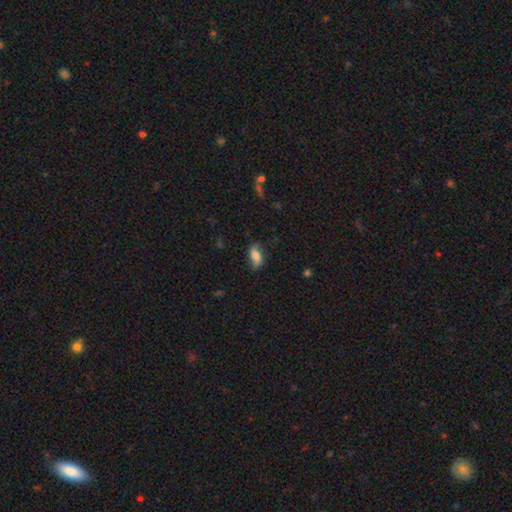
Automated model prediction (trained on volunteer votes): Overall: smooth (56%; featured or disk 36%). How rounded: in between (85%). Merging: none (72%).